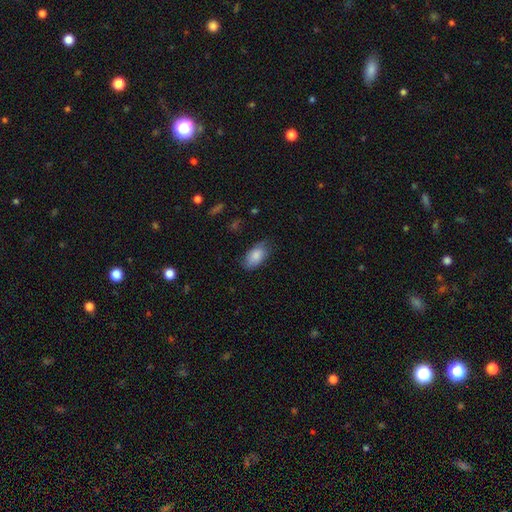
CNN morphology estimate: A smooth galaxy with no disk features (84%) that is in between round and cigar-shaped (93%).

Vote fractions:
- Smooth or featured? smooth: 84% / featured or disk: 9% / star or artifact: 6%
- How rounded? in between: 93% / round: 4% / cigar-shaped: 3%
- Merging? none: 72% / minor disturbance: 22% / major disturbance: 5% / merger: 1%